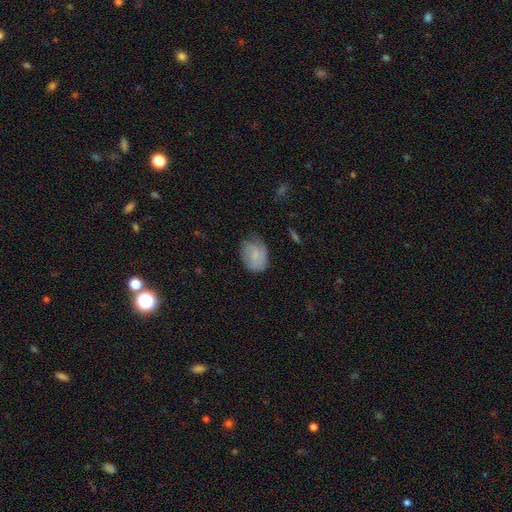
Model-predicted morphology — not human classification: Smooth or featured? Predicted: smooth (p=0.57). How rounded? Predicted: in between (p=0.73). Merging? Predicted: none (p=0.50).